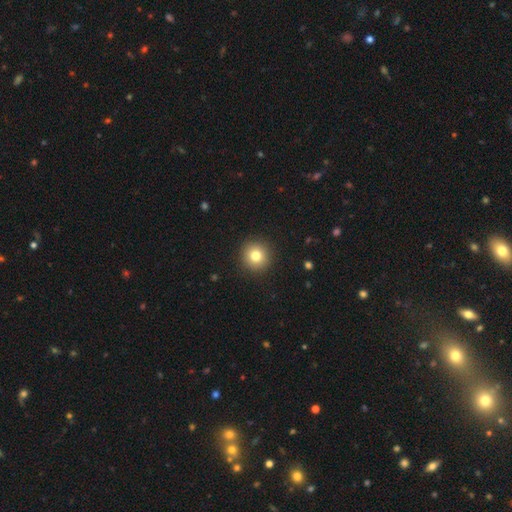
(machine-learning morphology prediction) type=smooth (80%); roundness=round (94%); merging=none (92%).